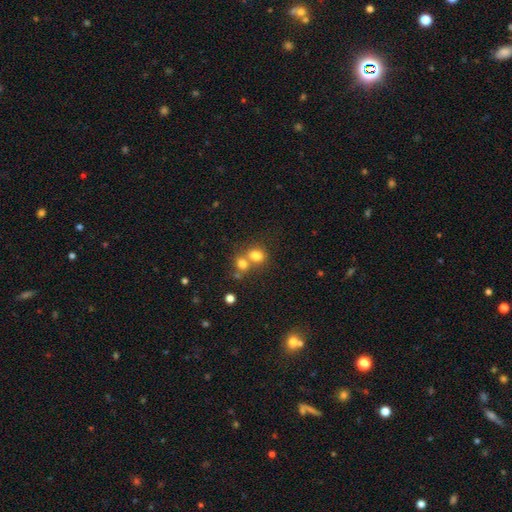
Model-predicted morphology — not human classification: smooth 77%, star or artifact 12%, featured or disk 10%. Down the decision tree: how rounded — round (51%); merging — merger (53%).